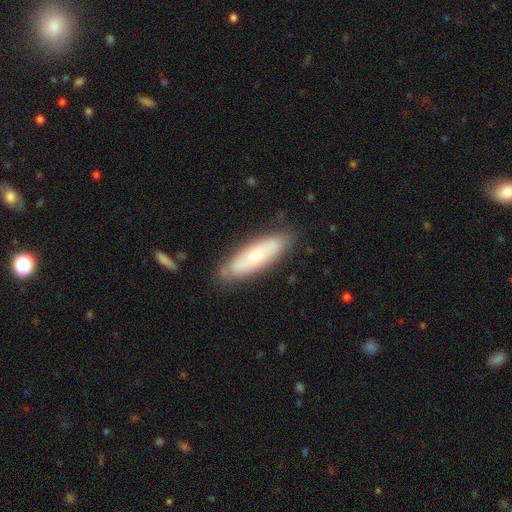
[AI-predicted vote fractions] This is possibly a smooth galaxy (54%). How rounded: possibly cigar-shaped (54%). Merging: clearly none (80%).